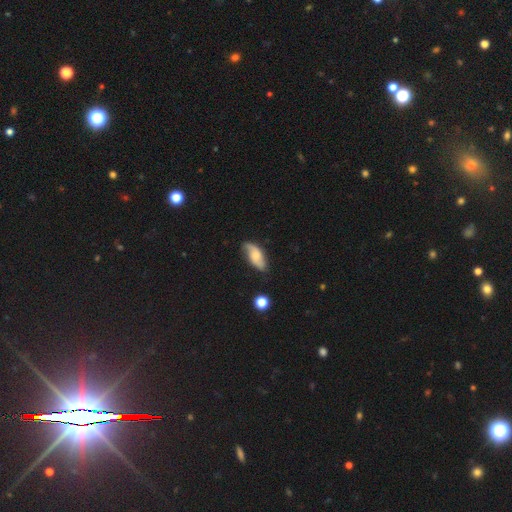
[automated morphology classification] smooth-or-featured: smooth: 48% | featured or disk: 44% | star or artifact: 8%
  merging: none: 69% | minor disturbance: 23% | major disturbance: 5% | merger: 2%